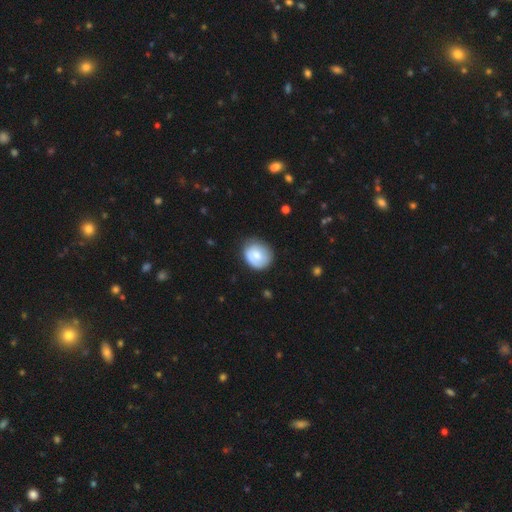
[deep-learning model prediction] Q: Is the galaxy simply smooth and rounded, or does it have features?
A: smooth — 73%.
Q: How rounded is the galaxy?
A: round — 69%.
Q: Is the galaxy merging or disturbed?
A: none — 71%.